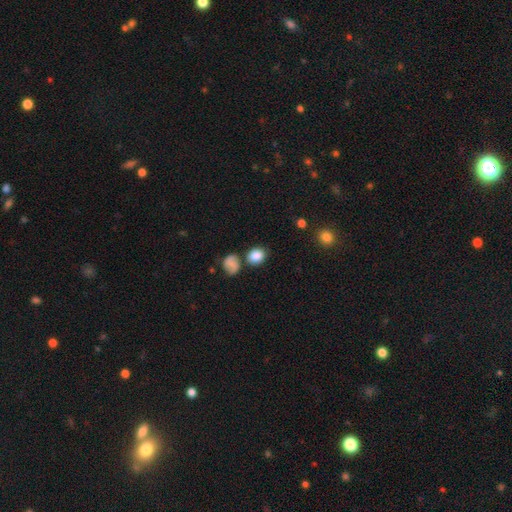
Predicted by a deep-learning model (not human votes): Smooth or featured? smooth (85%)
How rounded? round (51%)
Merging? none (68%)